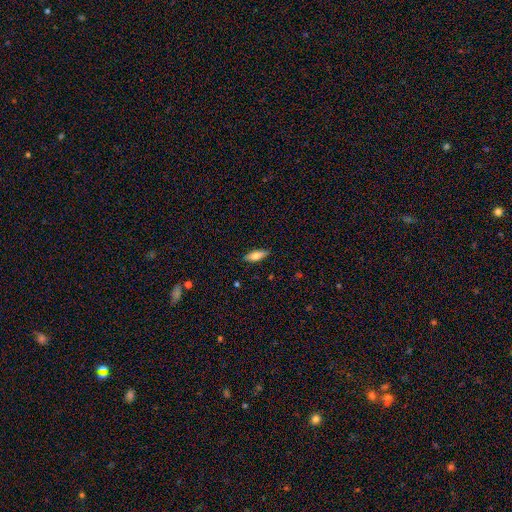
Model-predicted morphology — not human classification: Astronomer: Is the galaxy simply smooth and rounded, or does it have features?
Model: smooth — 68%.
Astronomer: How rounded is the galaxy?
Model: in between — 65%.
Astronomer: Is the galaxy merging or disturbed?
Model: none — 87%.